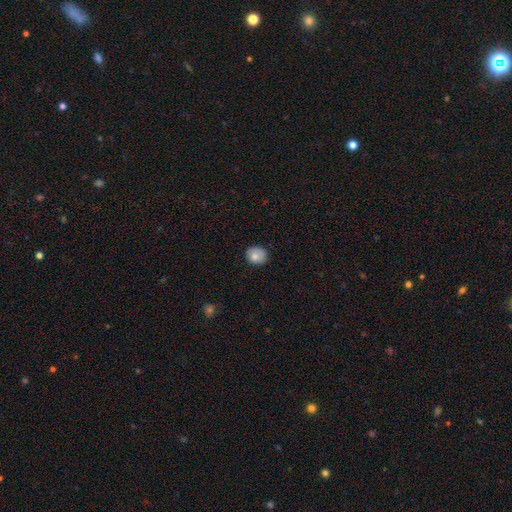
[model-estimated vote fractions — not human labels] smooth-or-featured: smooth: 81% | featured or disk: 11% | star or artifact: 9%
  how-rounded: round: 73% | in between: 26% | cigar-shaped: 1%
  merging: none: 81% | minor disturbance: 16% | major disturbance: 3% | merger: 1%